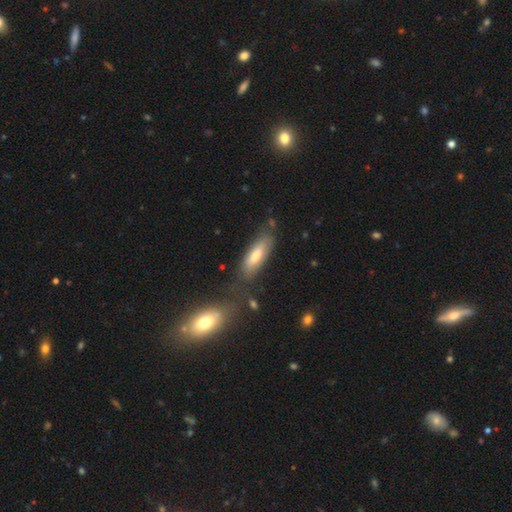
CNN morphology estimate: smooth_or_featured: smooth (p=0.64) [alt: featured or disk p=0.28]
how_rounded: in between (p=0.55) [alt: cigar-shaped p=0.43]
merging: none (p=0.67) [alt: minor disturbance p=0.18]